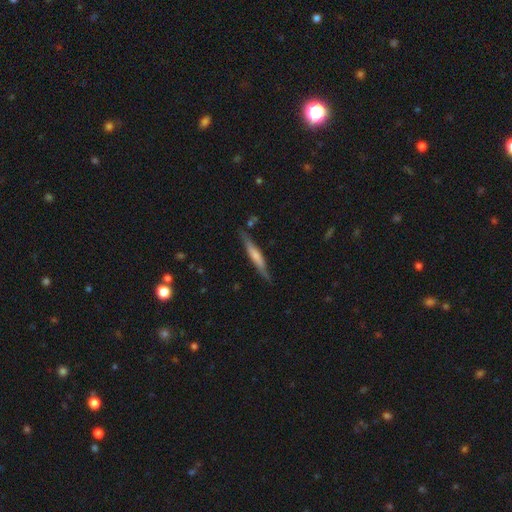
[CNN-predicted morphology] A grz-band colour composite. It shows a featured or disk galaxy (48%). Merging: none (78%).